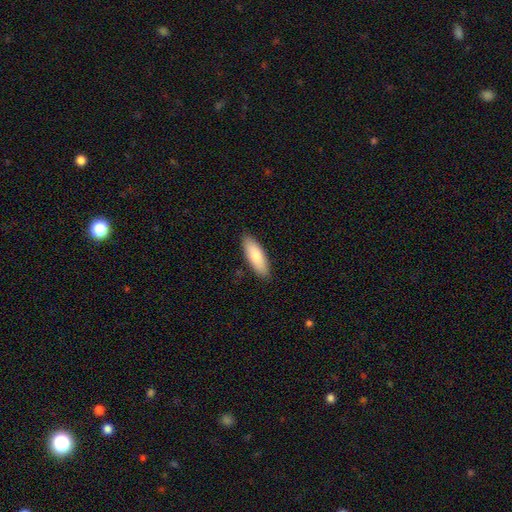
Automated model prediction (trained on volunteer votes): Smooth or featured: smooth — 81% (featured or disk — 13%)
How rounded: in between — 60% (cigar-shaped — 39%)
Merging: none — 88% (minor disturbance — 9%)